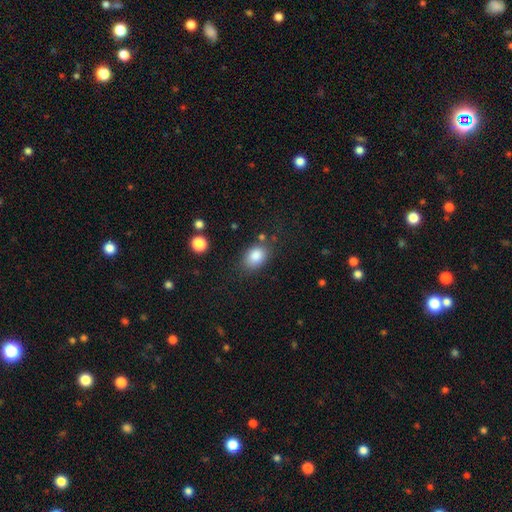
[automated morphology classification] Smooth or featured: smooth — 86% (star or artifact — 8%)
How rounded: in between — 73% (round — 26%)
Merging: none — 74% (minor disturbance — 17%)